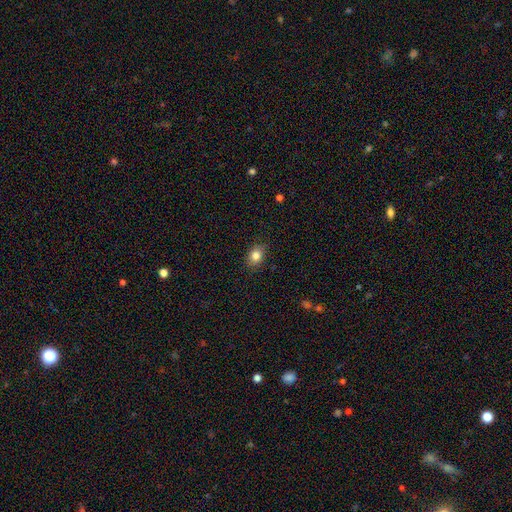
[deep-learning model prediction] Q: Smooth or featured?
A: smooth (82%); runner-up: star or artifact (10%)
Q: How rounded?
A: in between (61%); runner-up: round (38%)
Q: Merging?
A: none (86%); runner-up: minor disturbance (11%)